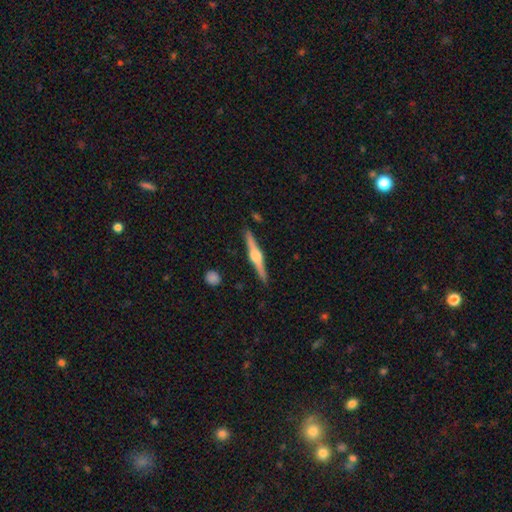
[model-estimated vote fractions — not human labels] Q: Smooth or featured?
A: featured or disk (80%); runner-up: smooth (14%)
Q: Edge-on disk?
A: yes (98%); runner-up: no (2%)
Q: Edge-on bulge?
A: rounded (90%); runner-up: boxy (8%)
Q: Merging?
A: none (90%); runner-up: minor disturbance (7%)